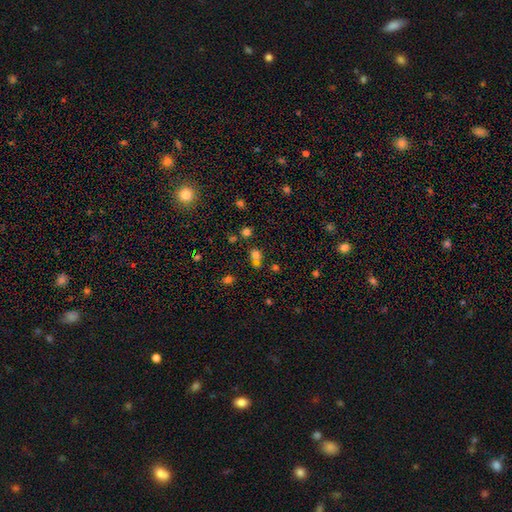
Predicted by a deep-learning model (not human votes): smooth_or_featured: smooth (p=0.73) [alt: star or artifact p=0.17]
how_rounded: round (p=0.51) [alt: in between p=0.45]
merging: none (p=0.40) [alt: merger p=0.25]